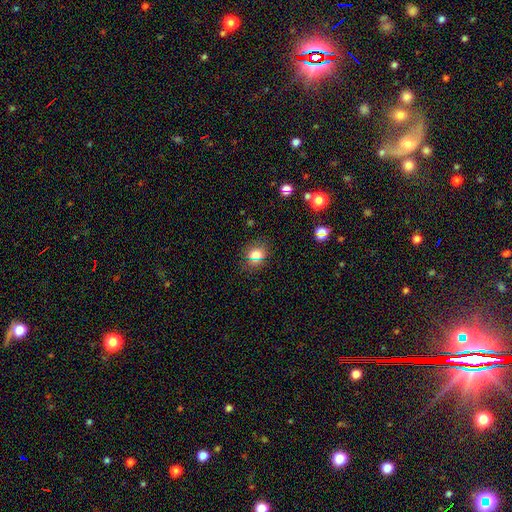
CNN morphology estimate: Overall: smooth (72%). How rounded: round (57%; in between 41%). Merging: none (84%).